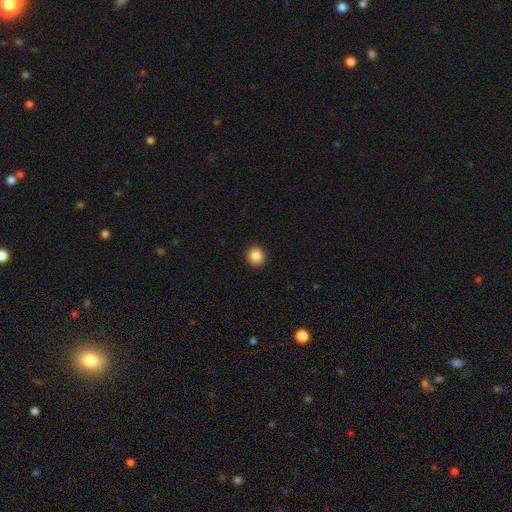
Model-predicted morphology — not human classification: Smooth or featured? smooth (87%)
How rounded? round (91%)
Merging? none (93%)